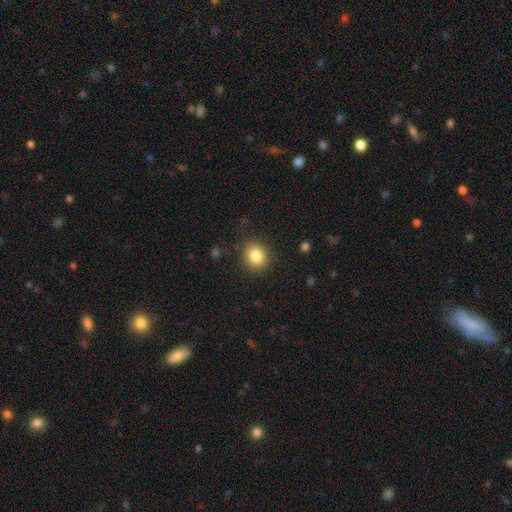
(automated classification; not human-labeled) Smooth or featured? smooth (84%)
How rounded? round (67%)
Merging? none (86%)